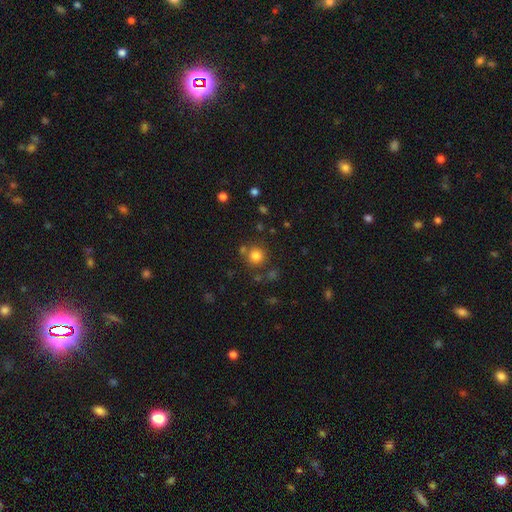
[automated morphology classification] Q: Smooth or featured?
A: smooth (80%); runner-up: star or artifact (13%)
Q: How rounded?
A: round (93%); runner-up: in between (6%)
Q: Merging?
A: none (77%); runner-up: merger (11%)